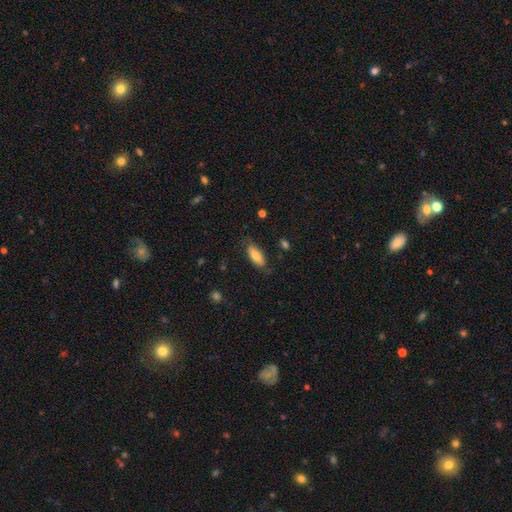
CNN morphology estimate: This is likely a smooth galaxy (74%). How rounded: likely in between (78%). Merging: likely none (74%).